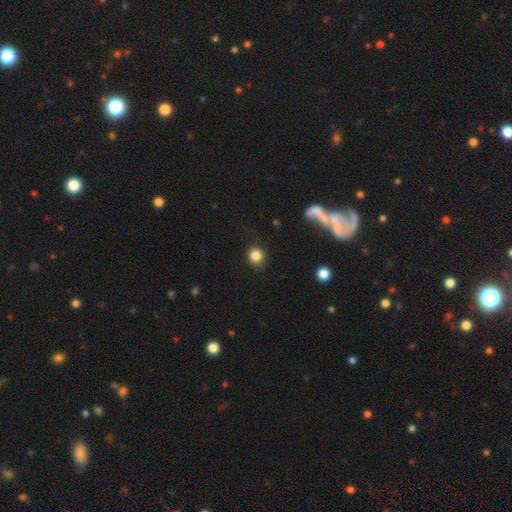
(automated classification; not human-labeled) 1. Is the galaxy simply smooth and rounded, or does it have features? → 84% smooth, 10% star or artifact, 6% featured or disk.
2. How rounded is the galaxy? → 87% round, 12% in between, 1% cigar-shaped.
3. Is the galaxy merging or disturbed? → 86% none, 9% minor disturbance, 3% major disturbance, 2% merger.